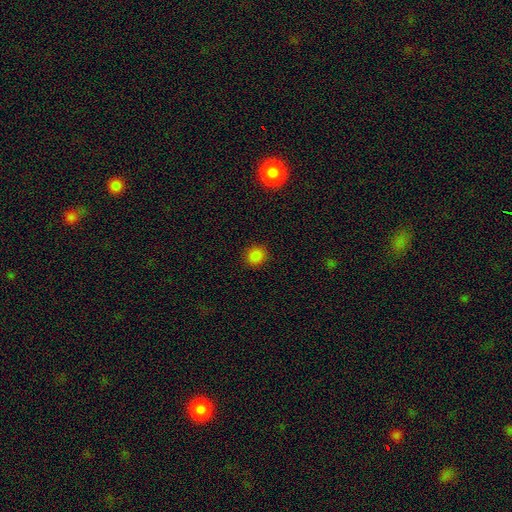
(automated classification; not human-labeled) A smooth galaxy with no disk features (84%) that is round (85%).

Vote fractions:
- Smooth or featured? smooth: 84% / star or artifact: 14% / featured or disk: 3%
- How rounded? round: 85% / in between: 14% / cigar-shaped: 1%
- Merging? none: 90% / minor disturbance: 7% / major disturbance: 2% / merger: 1%